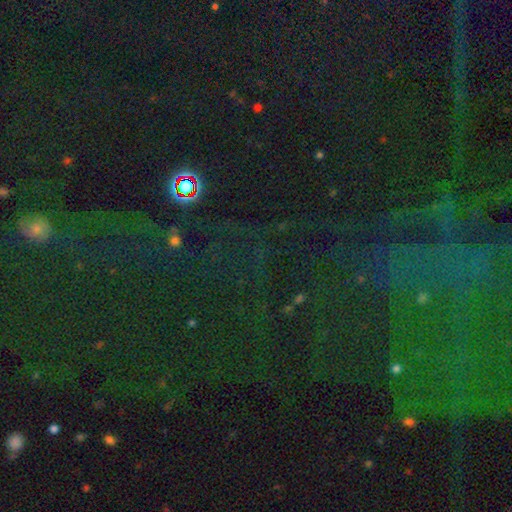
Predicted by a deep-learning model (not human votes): A star or artifact, not a galaxy (77%).